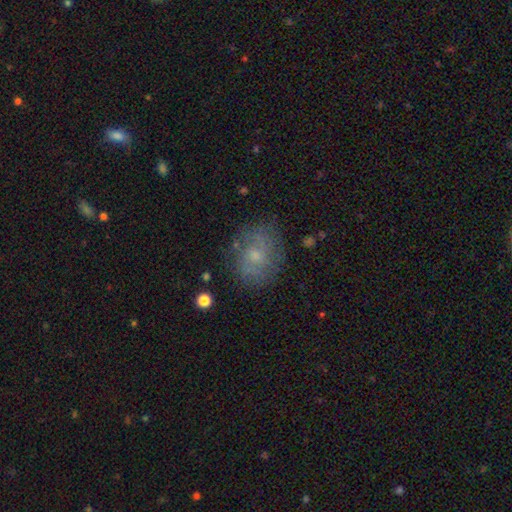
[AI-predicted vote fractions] Q: Smooth or featured?
A: featured or disk (53%); runner-up: smooth (37%)
Q: Edge-on disk?
A: no (97%); runner-up: yes (3%)
Q: Bar?
A: no (69%); runner-up: weak (27%)
Q: Spiral arms?
A: yes (71%); runner-up: no (29%)
Q: Bulge size?
A: small (56%); runner-up: moderate (34%)
Q: Merging?
A: none (74%); runner-up: minor disturbance (17%)